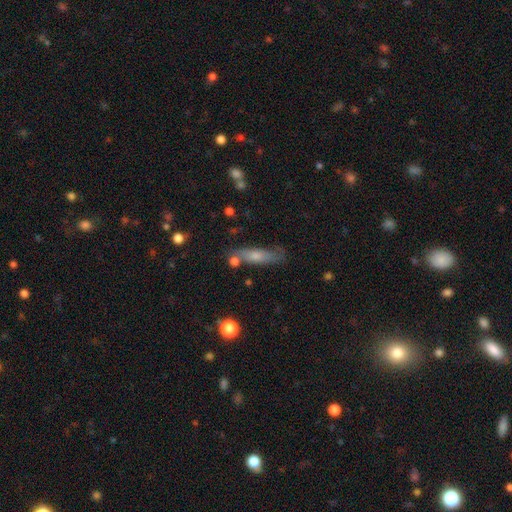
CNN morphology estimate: smooth 60%, featured or disk 31%, star or artifact 8%. Down the decision tree: how rounded — cigar-shaped (67%); merging — none (63%).